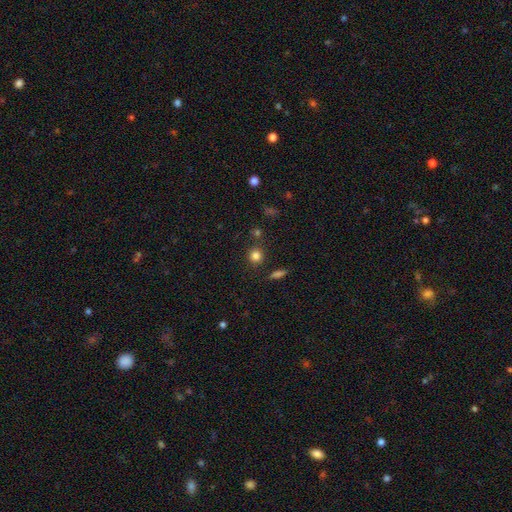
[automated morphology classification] A smooth galaxy with no disk features (82%) that is round (89%).

Vote fractions:
- Smooth or featured? smooth: 82% / star or artifact: 13% / featured or disk: 5%
- How rounded? round: 89% / in between: 10% / cigar-shaped: 1%
- Merging? none: 84% / minor disturbance: 8% / merger: 5% / major disturbance: 3%